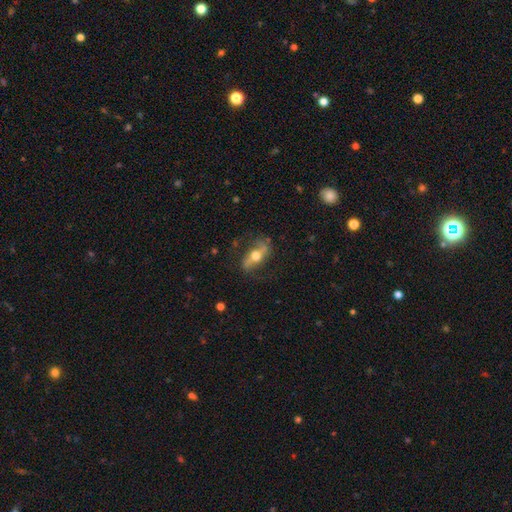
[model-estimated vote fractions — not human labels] smooth-or-featured: featured or disk: 71% | smooth: 22% | star or artifact: 7%
  disk-edge-on: no: 79% | yes: 21%
    bar: no: 38% | strong: 34% | weak: 28%
    has-spiral-arms: yes: 85% | no: 15%
    bulge-size: moderate: 67% | large: 19% | small: 10% | dominant: 2% | none: 1%
  merging: none: 72% | minor disturbance: 18% | major disturbance: 9% | merger: 2%